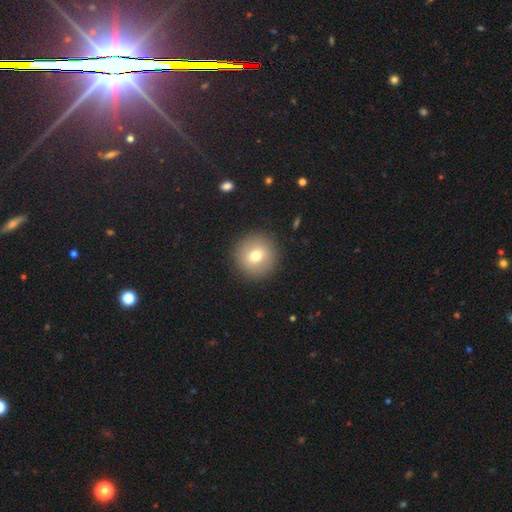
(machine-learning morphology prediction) smooth_or_featured: smooth (p=0.73) [alt: featured or disk p=0.17]
how_rounded: round (p=0.95) [alt: in between p=0.04]
merging: none (p=0.91) [alt: minor disturbance p=0.06]